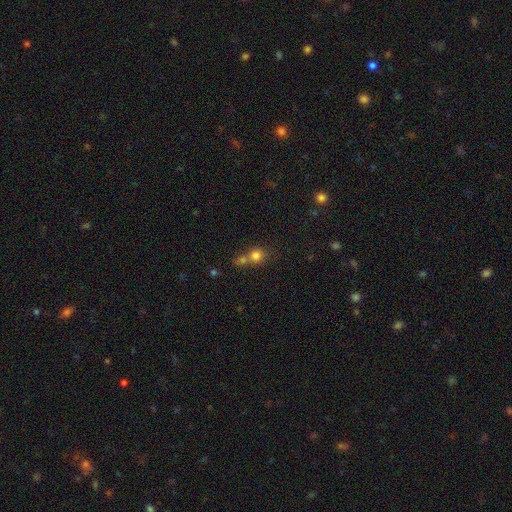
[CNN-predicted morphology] Smooth or featured: smooth — 78% (star or artifact — 13%)
How rounded: round — 84% (in between — 15%)
Merging: merger — 49% (none — 39%)